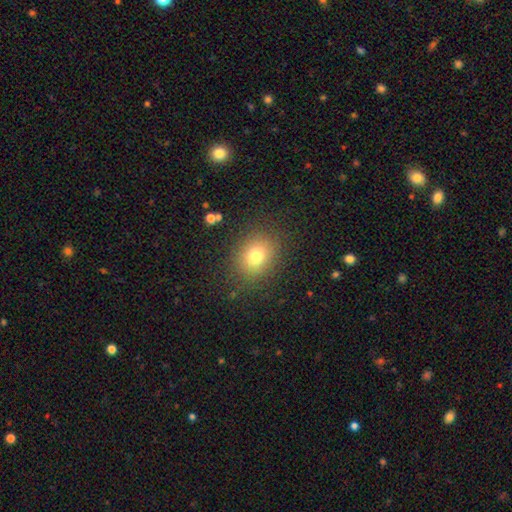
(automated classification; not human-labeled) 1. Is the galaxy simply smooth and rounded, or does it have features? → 76% smooth, 14% star or artifact, 10% featured or disk.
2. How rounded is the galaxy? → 63% round, 36% in between, 1% cigar-shaped.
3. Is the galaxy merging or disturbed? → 85% none, 9% minor disturbance, 4% major disturbance, 1% merger.